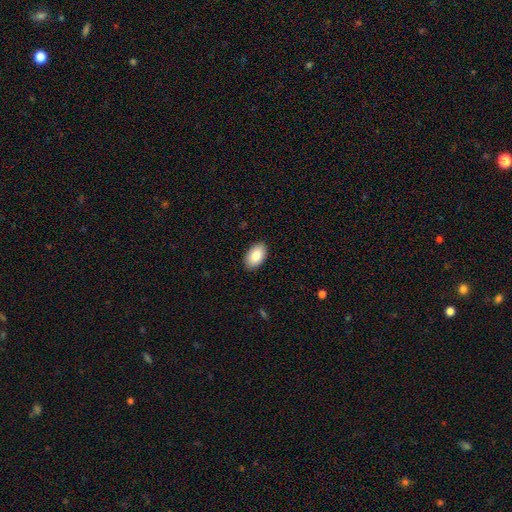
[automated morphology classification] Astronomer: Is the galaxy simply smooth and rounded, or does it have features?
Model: smooth — 85%.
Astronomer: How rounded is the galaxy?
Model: in between — 94%.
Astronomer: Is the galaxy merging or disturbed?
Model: none — 89%.